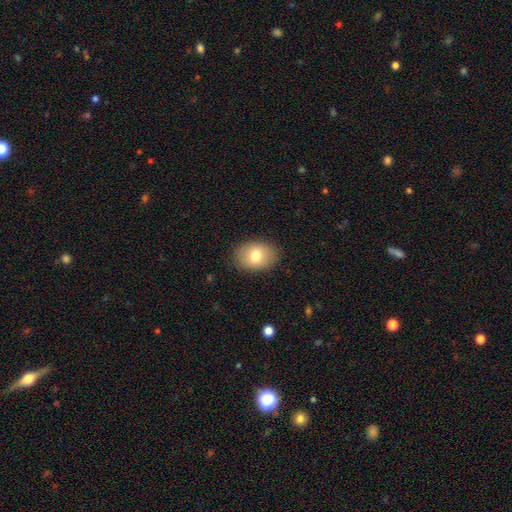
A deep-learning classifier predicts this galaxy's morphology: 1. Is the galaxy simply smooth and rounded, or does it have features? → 76% smooth, 16% featured or disk, 8% star or artifact.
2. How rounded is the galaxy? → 74% in between, 25% round, 1% cigar-shaped.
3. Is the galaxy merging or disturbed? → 88% none, 9% minor disturbance, 2% major disturbance, 1% merger.